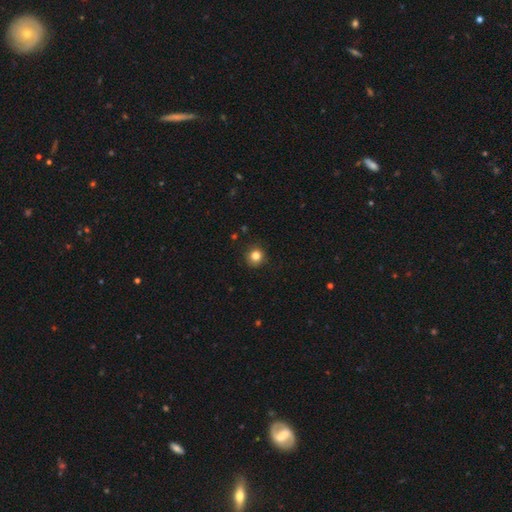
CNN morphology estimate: Smooth or featured: smooth — 83% (star or artifact — 12%)
How rounded: round — 93% (in between — 6%)
Merging: none — 89% (minor disturbance — 8%)